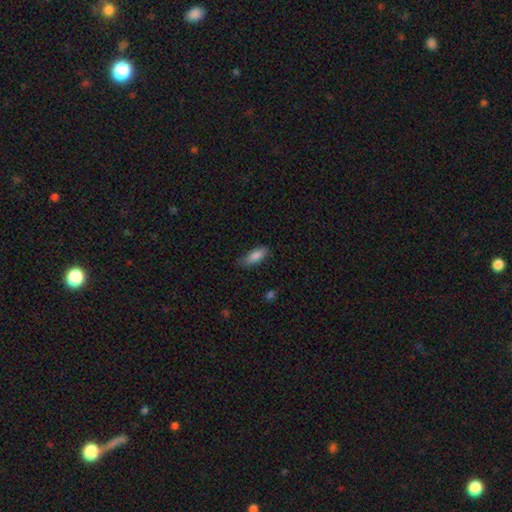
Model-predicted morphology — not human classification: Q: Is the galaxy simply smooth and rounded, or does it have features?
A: smooth — 85%.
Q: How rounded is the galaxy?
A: in between — 68%.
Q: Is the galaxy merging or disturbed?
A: none — 74%.